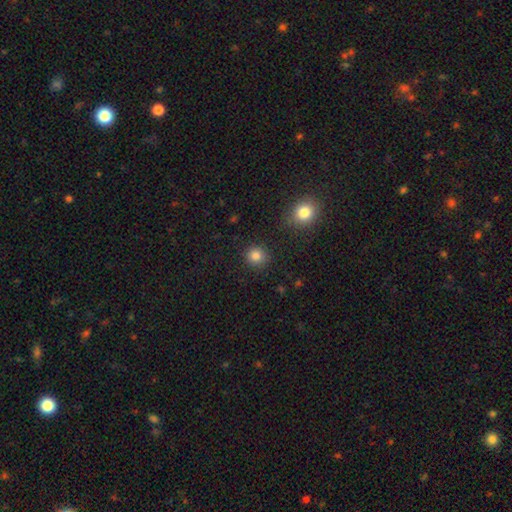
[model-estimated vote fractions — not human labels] This appears to be a smooth galaxy with no disk features (83%) that is round (90%). Merging: none (89%).